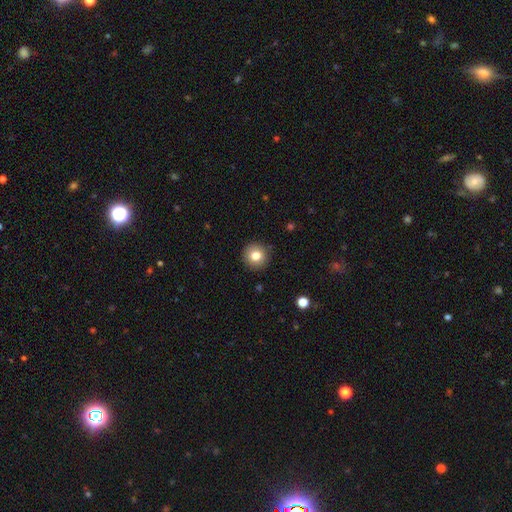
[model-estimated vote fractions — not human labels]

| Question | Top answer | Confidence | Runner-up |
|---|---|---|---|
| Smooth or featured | smooth | 81% | star or artifact (10%) |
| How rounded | round | 93% | in between (6%) |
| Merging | none | 90% | minor disturbance (7%) |